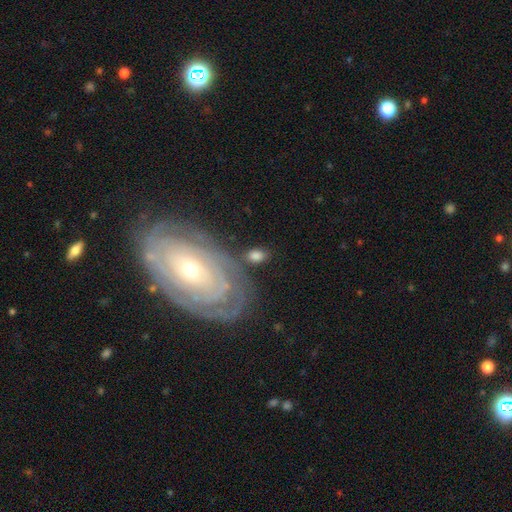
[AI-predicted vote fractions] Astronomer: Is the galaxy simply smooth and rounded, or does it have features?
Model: smooth — 73%.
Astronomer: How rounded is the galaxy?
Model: in between — 81%.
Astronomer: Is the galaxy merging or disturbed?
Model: none — 67%.